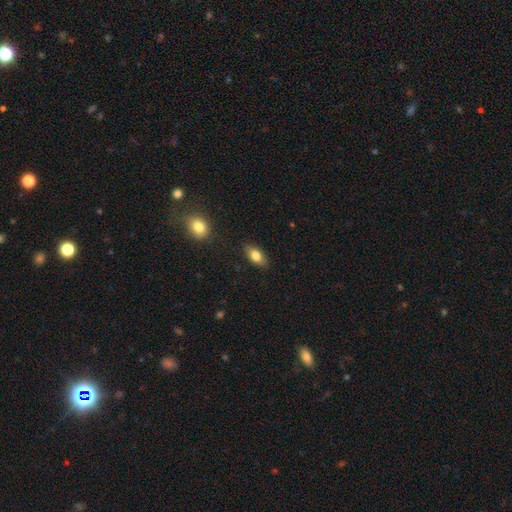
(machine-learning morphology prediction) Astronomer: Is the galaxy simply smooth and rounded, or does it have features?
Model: smooth — 82%.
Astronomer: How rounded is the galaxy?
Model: in between — 89%.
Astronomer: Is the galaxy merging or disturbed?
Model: none — 87%.